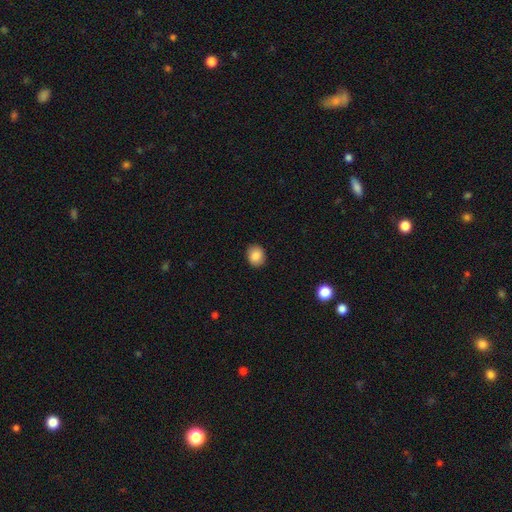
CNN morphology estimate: This appears to be a smooth galaxy with no disk features (87%) that is round (64%). Merging: none (89%).